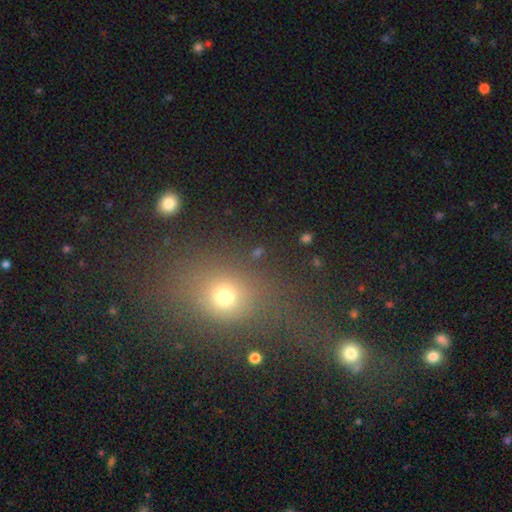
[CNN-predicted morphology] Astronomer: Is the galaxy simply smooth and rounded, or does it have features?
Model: smooth — 62%.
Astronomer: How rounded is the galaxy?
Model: round — 56% (runner-up: in between, 40%).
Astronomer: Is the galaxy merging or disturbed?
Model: none — 63%.